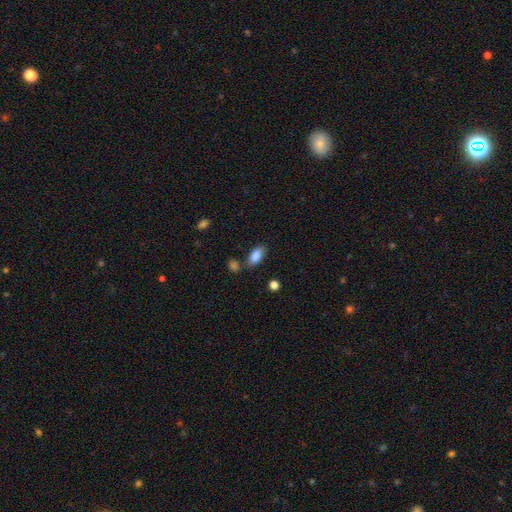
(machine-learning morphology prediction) Smooth or featured?
  - smooth: 85% *
  - featured or disk: 8%
  - star or artifact: 7%
How rounded?
  - in between: 89% *
  - cigar-shaped: 8%
  - round: 3%
Merging?
  - none: 71% *
  - minor disturbance: 15%
  - merger: 10%
  - major disturbance: 4%